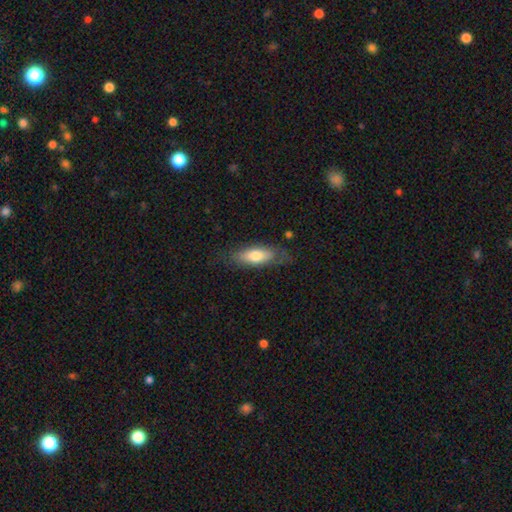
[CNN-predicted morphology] smooth-or-featured: smooth: 68% | featured or disk: 25% | star or artifact: 6%
  how-rounded: in between: 67% | cigar-shaped: 31% | round: 3%
  merging: none: 68% | minor disturbance: 22% | major disturbance: 8% | merger: 2%